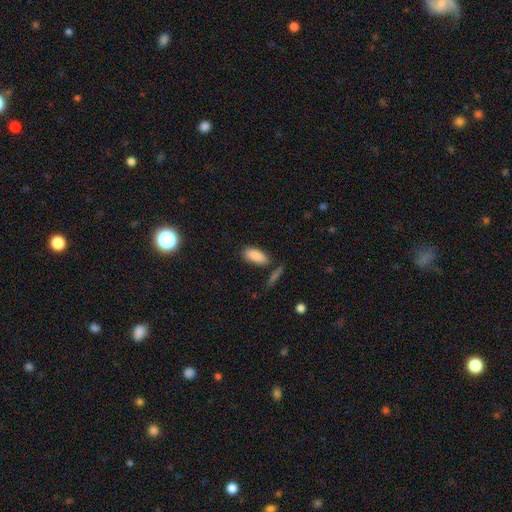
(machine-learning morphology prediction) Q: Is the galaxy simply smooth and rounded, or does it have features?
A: smooth — 87%.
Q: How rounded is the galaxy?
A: in between — 84%.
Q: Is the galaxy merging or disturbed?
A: none — 72%.